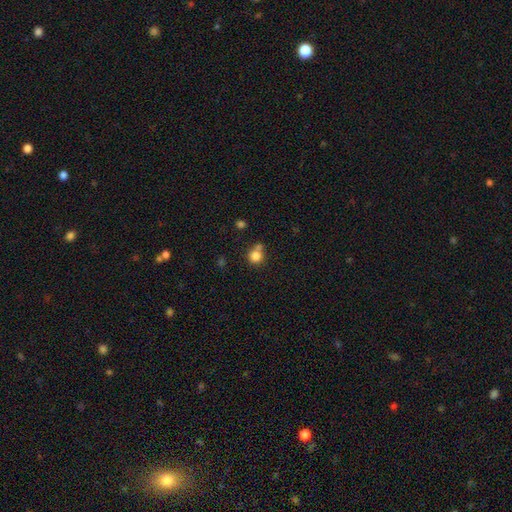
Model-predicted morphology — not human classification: A smooth galaxy with no disk features (82%) that is round (86%). Merging: none (53%).